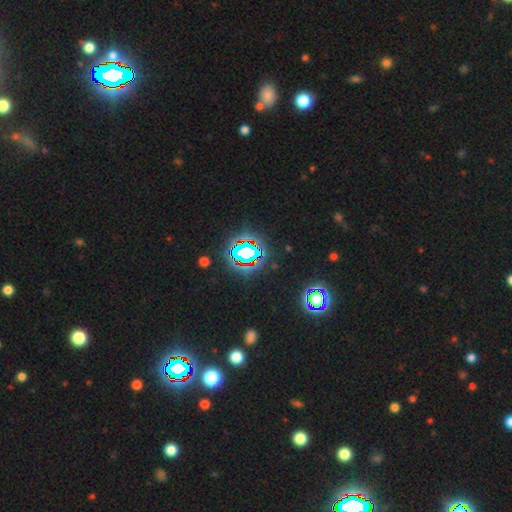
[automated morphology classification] Q: Smooth or featured?
A: star or artifact (81%); runner-up: smooth (11%)